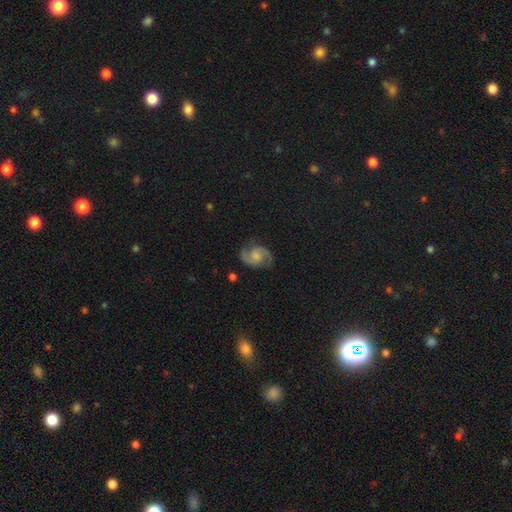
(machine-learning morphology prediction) featured or disk 85%, smooth 9%, star or artifact 6%. Down the decision tree: edge-on disk — no (98%); bar — no (60%); spiral arms — yes (97%); spiral arm count — 2 (93%); spiral winding — medium (57%); bulge size — small (42%); merging — none (79%).